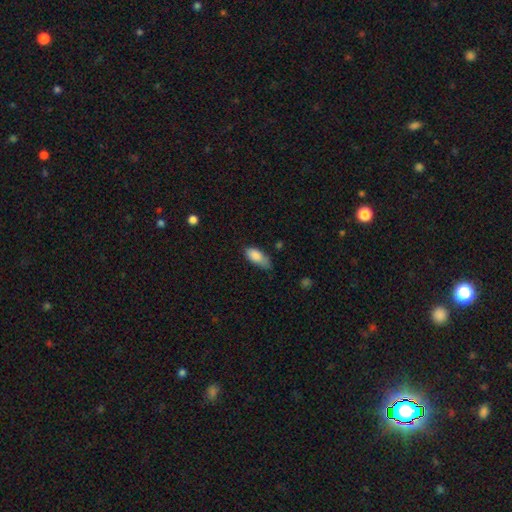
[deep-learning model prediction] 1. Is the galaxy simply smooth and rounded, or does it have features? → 84% smooth, 8% featured or disk, 7% star or artifact.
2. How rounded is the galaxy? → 86% in between, 11% cigar-shaped, 3% round.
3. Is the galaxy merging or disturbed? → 46% none, 41% minor disturbance, 10% major disturbance, 3% merger.